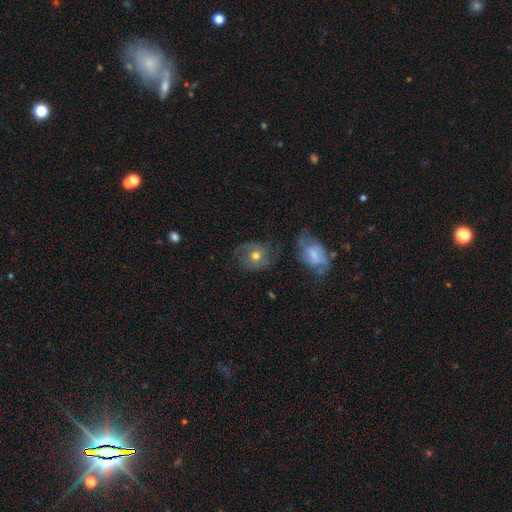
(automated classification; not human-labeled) The model was most divided on "smooth or featured": featured or disk: 49%, smooth: 41%, star or artifact: 10%. More confident: merging — none (62%).